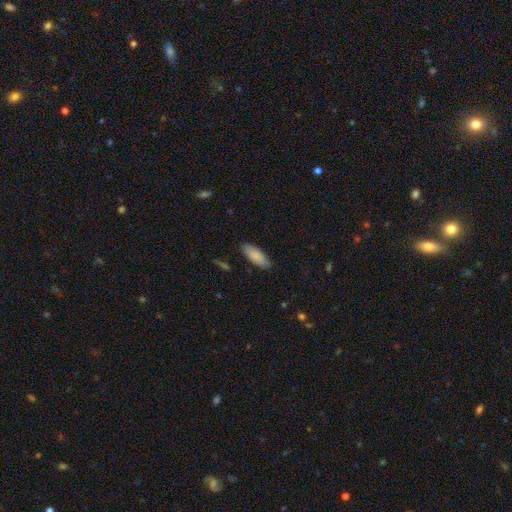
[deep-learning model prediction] smooth 86%, featured or disk 8%, star or artifact 6%. Down the decision tree: how rounded — in between (73%); merging — none (84%).